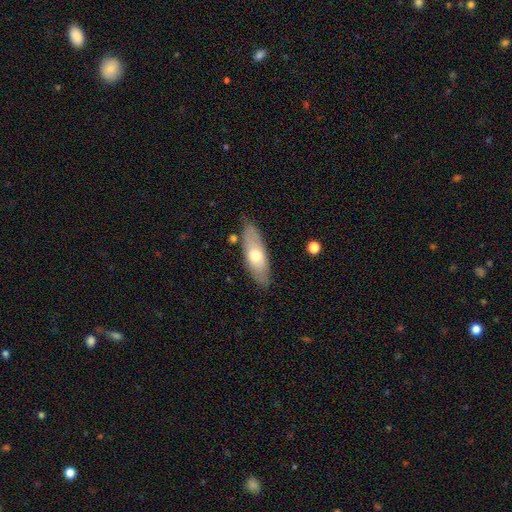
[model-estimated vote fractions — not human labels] smooth 57%, featured or disk 37%, star or artifact 6%. Down the decision tree: how rounded — in between (66%); merging — none (79%).